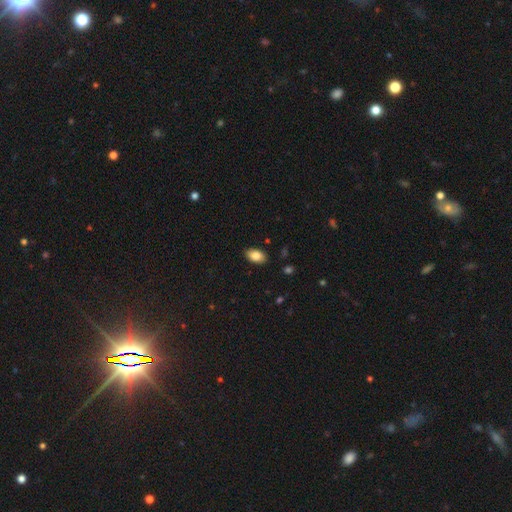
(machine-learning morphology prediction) Overall: smooth (85%). How rounded: in between (91%). Merging: none (88%).